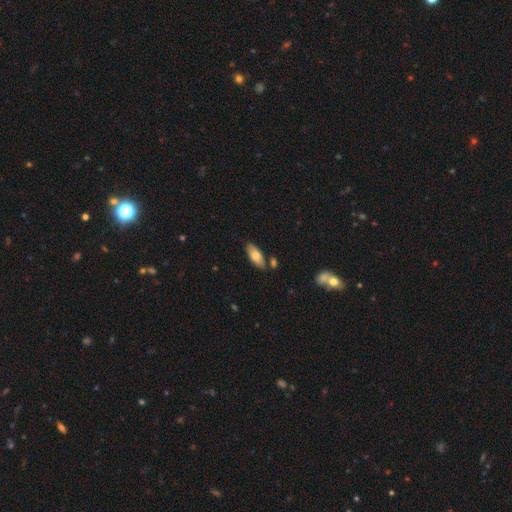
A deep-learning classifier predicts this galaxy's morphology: smooth 77%, featured or disk 16%, star or artifact 6%. Down the decision tree: how rounded — in between (84%); merging — none (79%).